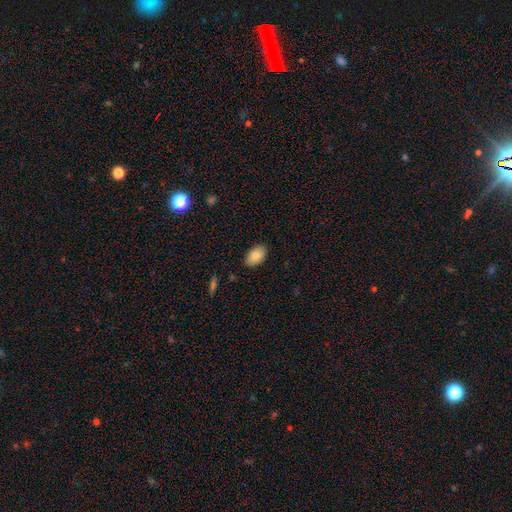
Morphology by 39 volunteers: smooth_or_featured: smooth (p=0.87) [alt: star or artifact p=0.08]
how_rounded: in between (p=0.91) [alt: round p=0.09]
merging: none (p=0.86) [alt: minor disturbance p=0.14]